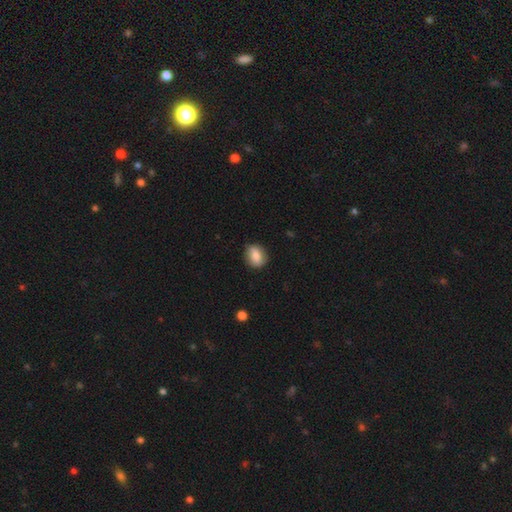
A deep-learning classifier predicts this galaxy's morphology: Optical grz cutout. It shows a smooth galaxy with no disk features (73%) that is round (58%). Merging: none (85%).